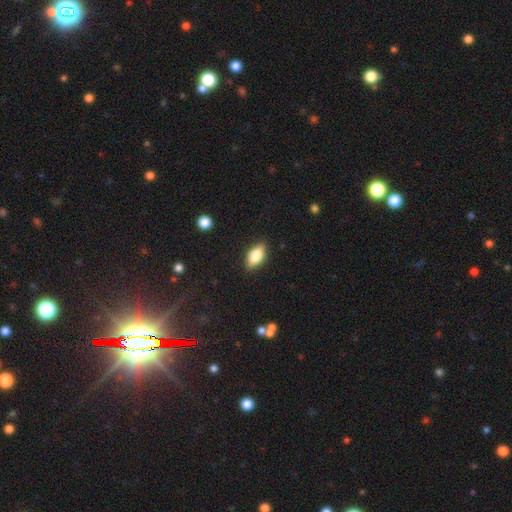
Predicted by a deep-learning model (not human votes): Morphology: type=smooth (73%); roundness=in between (85%); merging=none (86%).